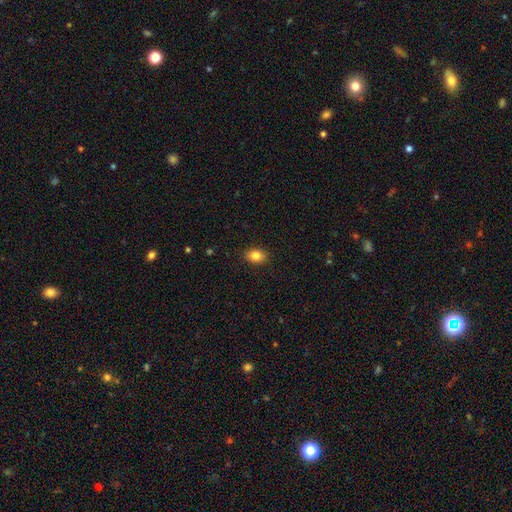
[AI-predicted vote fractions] A smooth galaxy with no disk features (84%) that is in between round and cigar-shaped (76%).

Vote fractions:
- Smooth or featured? smooth: 84% / star or artifact: 9% / featured or disk: 7%
- How rounded? in between: 76% / round: 23% / cigar-shaped: 1%
- Merging? none: 89% / minor disturbance: 8% / major disturbance: 2% / merger: 1%